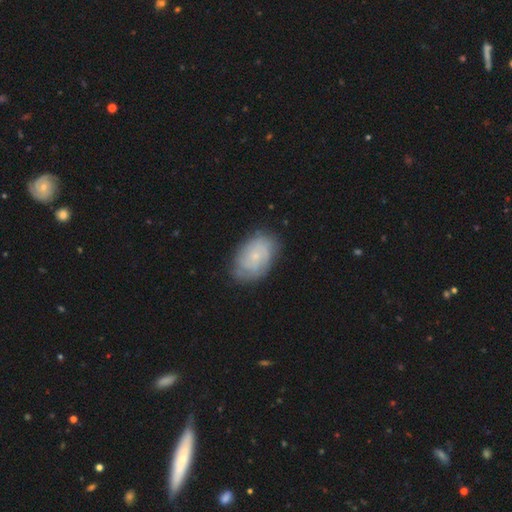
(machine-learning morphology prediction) Smooth or featured? Predicted: featured or disk (p=0.54). Edge-on disk? Predicted: no (p=0.96). Bar? Predicted: no (p=0.82). Spiral arms? Predicted: yes (p=0.78). Bulge size? Predicted: small (p=0.79). Merging? Predicted: none (p=0.74).